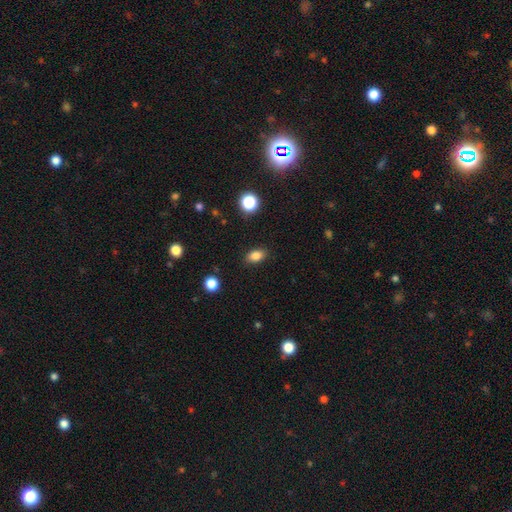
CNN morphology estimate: Smooth or featured?
  - smooth: 84% *
  - star or artifact: 11%
  - featured or disk: 6%
How rounded?
  - in between: 84% *
  - round: 13%
  - cigar-shaped: 2%
Merging?
  - none: 87% *
  - minor disturbance: 9%
  - major disturbance: 3%
  - merger: 1%